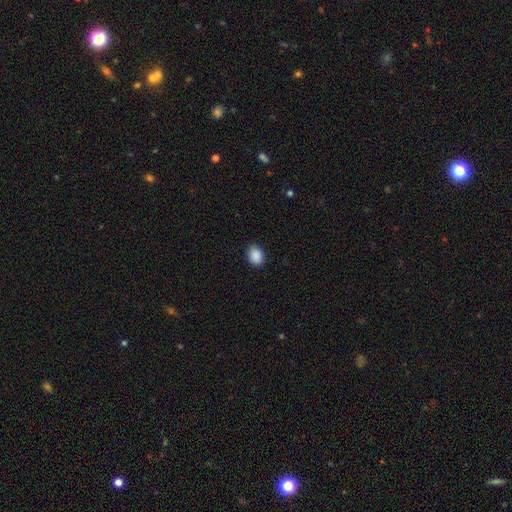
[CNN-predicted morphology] This is clearly a smooth galaxy (89%). How rounded: likely in between (61%). Merging: clearly none (85%).